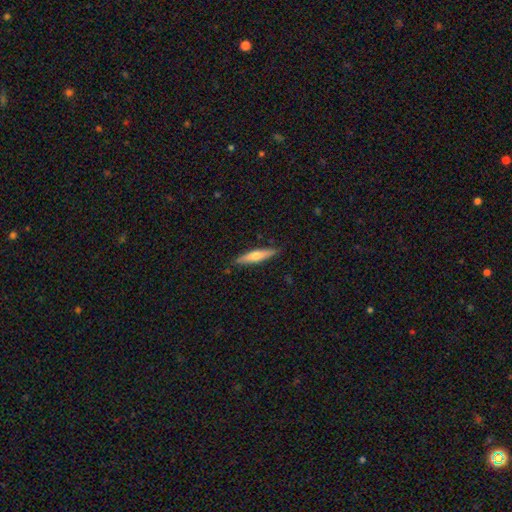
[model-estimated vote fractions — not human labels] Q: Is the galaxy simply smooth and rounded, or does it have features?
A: smooth — 54%.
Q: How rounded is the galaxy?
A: cigar-shaped — 84%.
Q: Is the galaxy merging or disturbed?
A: none — 88%.